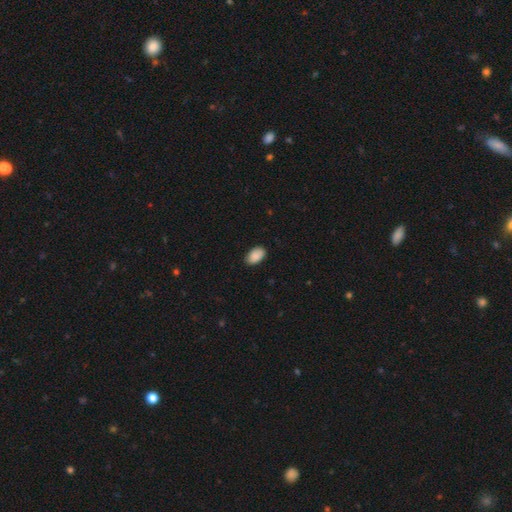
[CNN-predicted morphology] Q: Smooth or featured?
A: smooth (89%); runner-up: star or artifact (7%)
Q: How rounded?
A: in between (93%); runner-up: round (6%)
Q: Merging?
A: none (84%); runner-up: minor disturbance (13%)